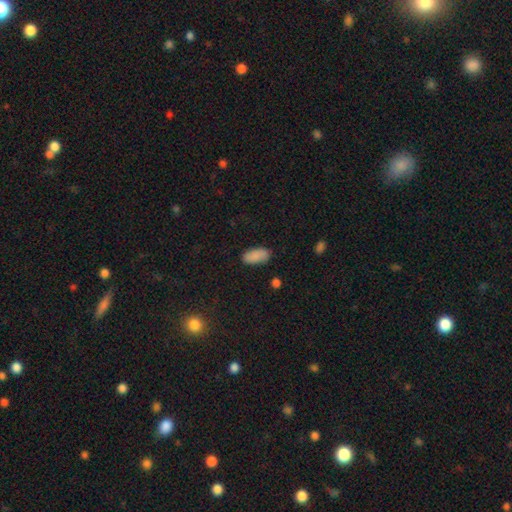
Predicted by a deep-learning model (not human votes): This appears to be a smooth galaxy with no disk features (87%) that is in between round and cigar-shaped (92%). Merging: none (84%).